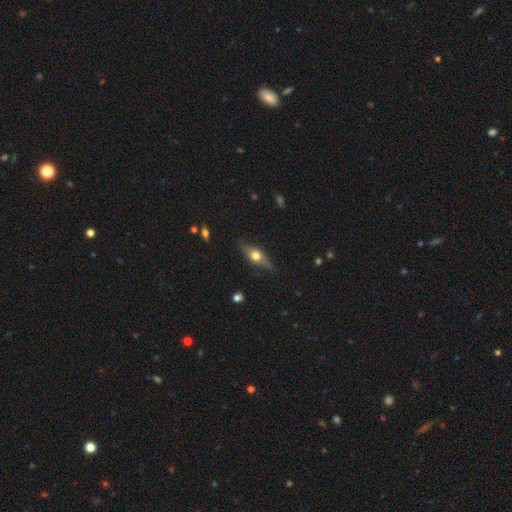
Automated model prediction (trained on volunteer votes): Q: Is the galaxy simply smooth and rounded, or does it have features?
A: featured or disk — 50%.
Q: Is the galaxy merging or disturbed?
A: none — 81%.